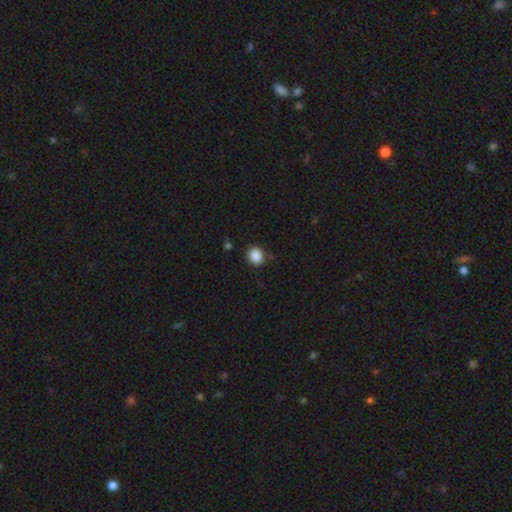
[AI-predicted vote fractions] A smooth galaxy with no disk features (87%) that is round (65%).

Vote fractions:
- Smooth or featured? smooth: 87% / star or artifact: 9% / featured or disk: 3%
- How rounded? round: 65% / in between: 34% / cigar-shaped: 1%
- Merging? none: 78% / minor disturbance: 16% / major disturbance: 4% / merger: 2%